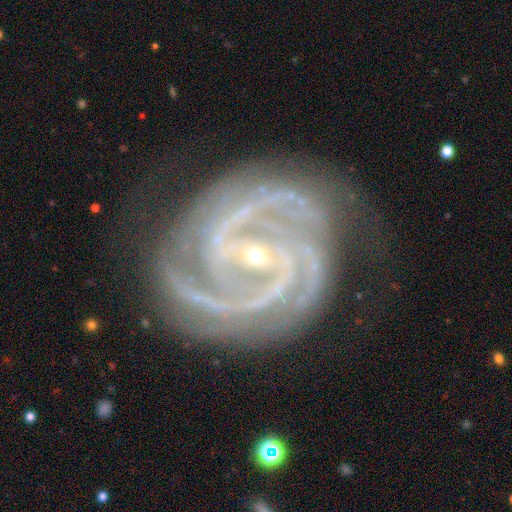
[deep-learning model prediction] Smooth or featured? Predicted: featured or disk (p=0.93). Edge-on disk? Predicted: no (p=0.98). Bar? Predicted: strong (p=0.41). Spiral arms? Predicted: yes (p=0.99). Spiral winding? Predicted: tight (p=0.62). Spiral arm count? Predicted: 3 (p=0.35). Bulge size? Predicted: small (p=0.83). Merging? Predicted: none (p=0.74).